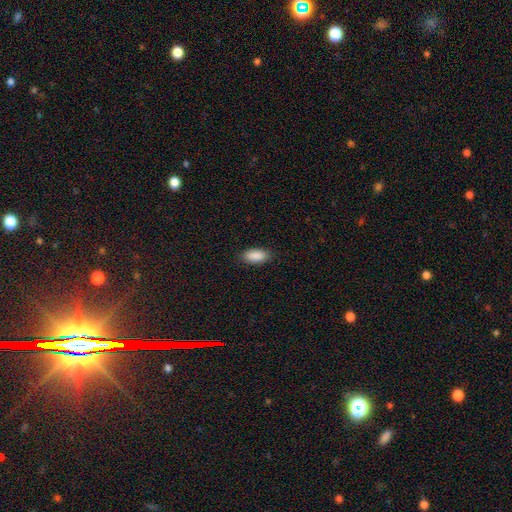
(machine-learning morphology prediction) smooth 91%, star or artifact 6%, featured or disk 3%. Down the decision tree: how rounded — in between (91%); merging — none (88%).